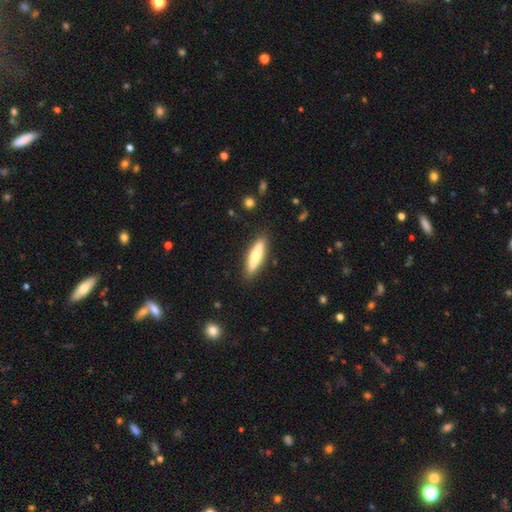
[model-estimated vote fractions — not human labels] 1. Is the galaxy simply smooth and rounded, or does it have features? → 62% smooth, 32% featured or disk, 6% star or artifact.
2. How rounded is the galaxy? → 73% cigar-shaped, 26% in between, 2% round.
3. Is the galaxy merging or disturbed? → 87% none, 9% minor disturbance, 2% major disturbance, 2% merger.